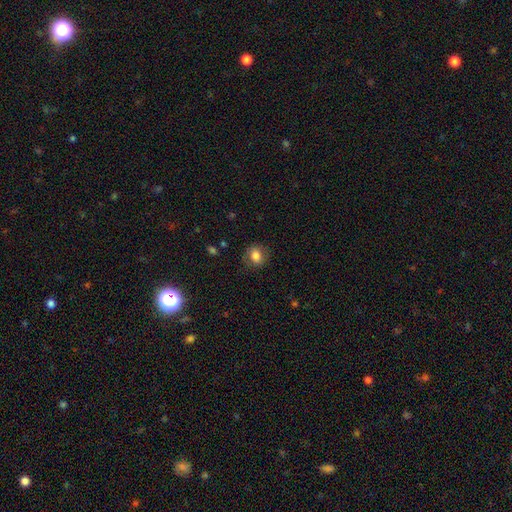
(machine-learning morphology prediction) smooth-or-featured: smooth: 81% | featured or disk: 10% | star or artifact: 9%
  how-rounded: round: 62% | in between: 37% | cigar-shaped: 1%
  merging: none: 79% | minor disturbance: 14% | major disturbance: 5% | merger: 1%